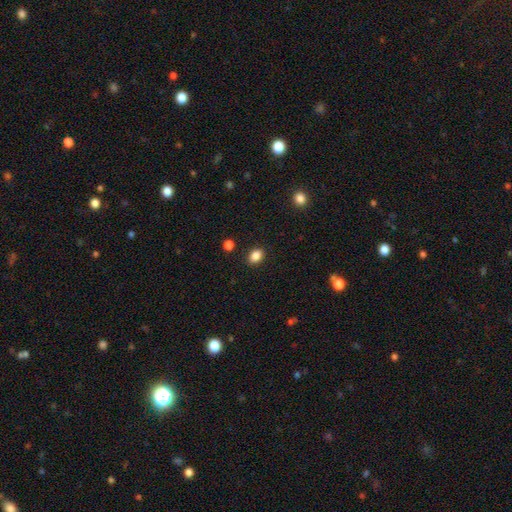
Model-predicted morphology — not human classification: Smooth or featured: smooth — 86% (star or artifact — 10%)
How rounded: in between — 73% (round — 26%)
Merging: none — 88% (minor disturbance — 9%)